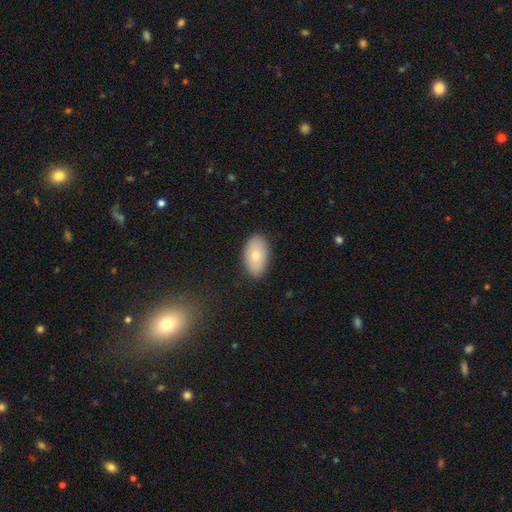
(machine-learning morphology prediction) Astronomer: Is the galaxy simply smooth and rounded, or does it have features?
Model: smooth — 76%.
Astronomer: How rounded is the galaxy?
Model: in between — 92%.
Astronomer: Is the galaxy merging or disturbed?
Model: none — 84%.